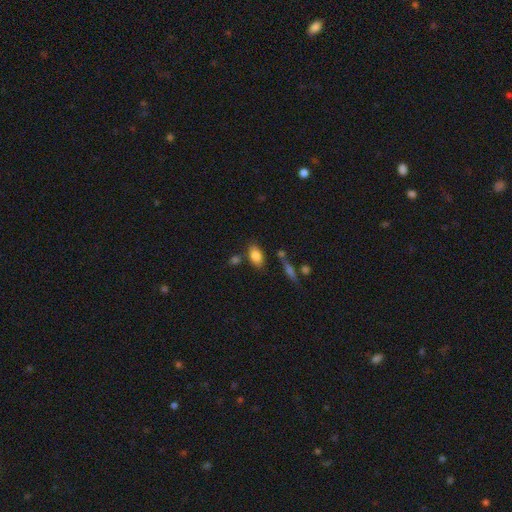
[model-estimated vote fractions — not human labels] The model was most divided on "merging": none: 72%, minor disturbance: 15%, merger: 9%, major disturbance: 4%. More confident: how rounded — in between (88%); smooth or featured — smooth (84%).